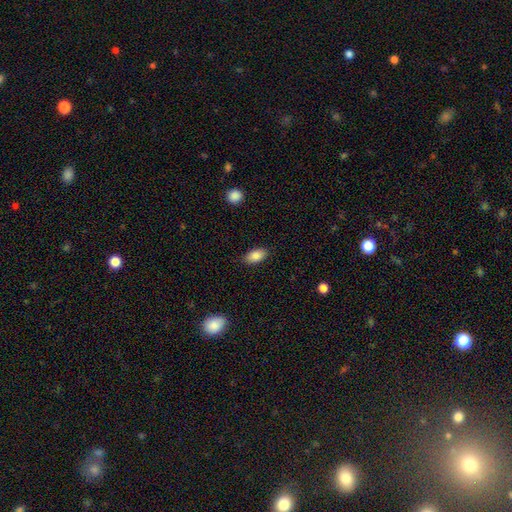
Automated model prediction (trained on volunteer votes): Q: Smooth or featured?
A: smooth (87%); runner-up: star or artifact (7%)
Q: How rounded?
A: in between (92%); runner-up: round (4%)
Q: Merging?
A: none (87%); runner-up: minor disturbance (10%)